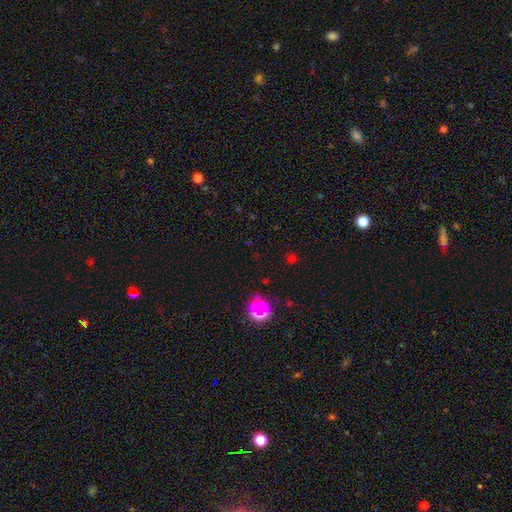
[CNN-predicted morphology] This appears to be a star or artifact, not a galaxy (55%).